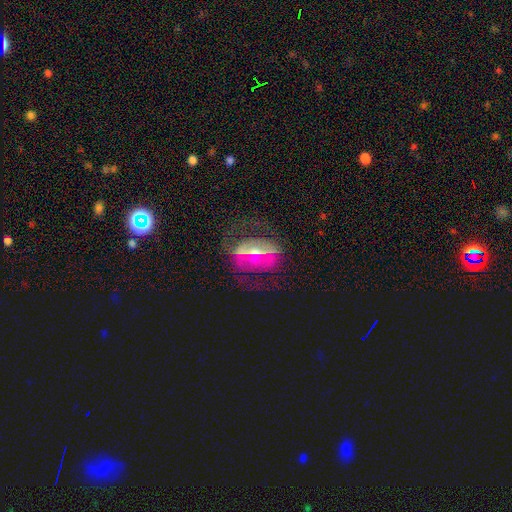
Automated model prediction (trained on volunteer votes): A featured or disk galaxy (64%) with a strong bar (46%), no spiral arms (56%) and a moderate central bulge (50%).

Vote fractions:
- Smooth or featured? featured or disk: 64% / smooth: 21% / star or artifact: 15%
- Edge-on disk? no: 82% / yes: 18%
- Bar? strong: 46% / weak: 28% / no: 27%
- Spiral arms? no: 56% / yes: 44%
- Bulge size? moderate: 50% / small: 38% / large: 6% / none: 4% / dominant: 2%
- Merging? none: 58% / major disturbance: 21% / minor disturbance: 18% / merger: 4%